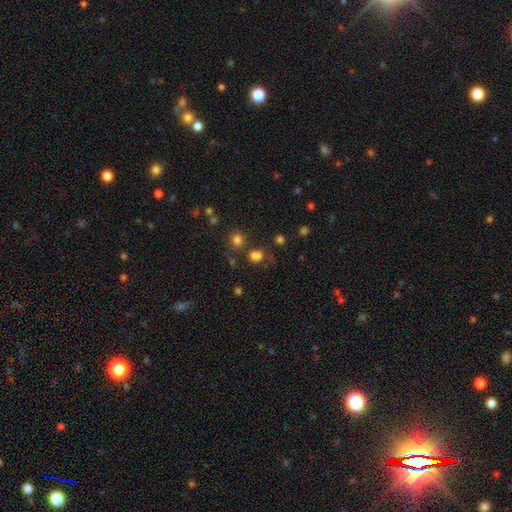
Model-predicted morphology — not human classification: type=smooth (73%); roundness=round (72%); merging=none (62%).